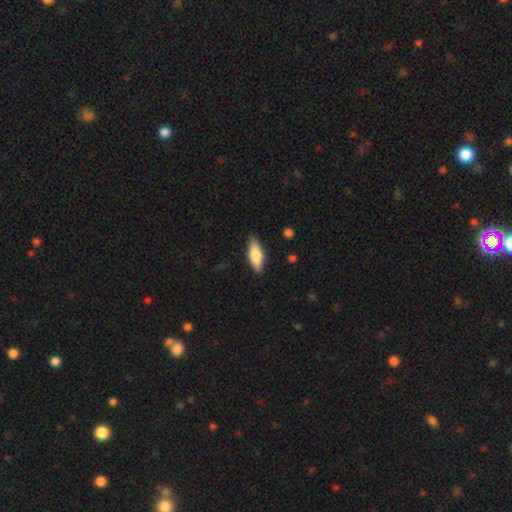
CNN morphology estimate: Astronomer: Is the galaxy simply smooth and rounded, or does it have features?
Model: smooth — 73%.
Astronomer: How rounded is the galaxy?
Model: in between — 72%.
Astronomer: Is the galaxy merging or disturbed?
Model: none — 85%.